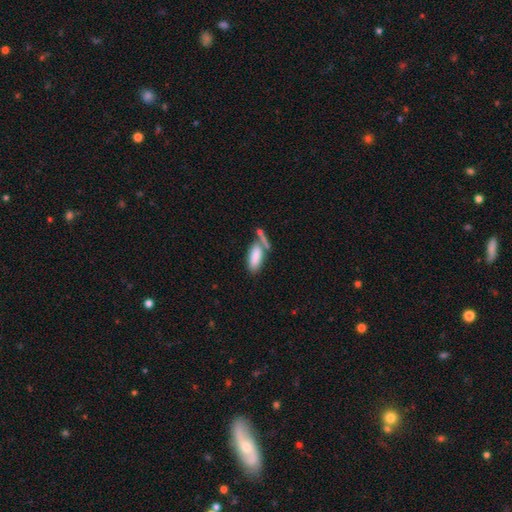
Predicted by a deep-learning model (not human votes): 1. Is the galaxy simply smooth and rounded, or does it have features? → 82% smooth, 11% featured or disk, 7% star or artifact.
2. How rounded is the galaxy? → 78% in between, 19% cigar-shaped, 2% round.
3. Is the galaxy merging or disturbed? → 43% none, 35% merger, 14% minor disturbance, 7% major disturbance.